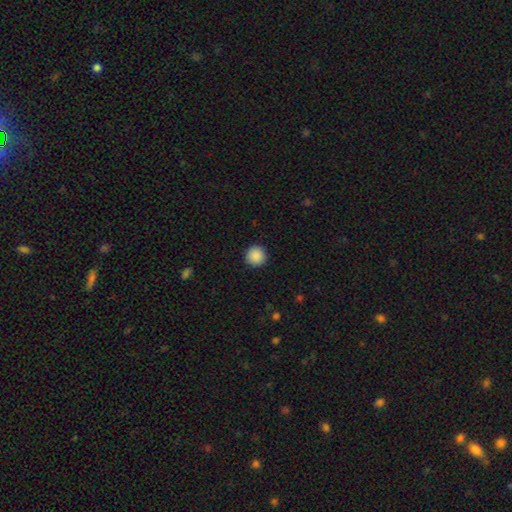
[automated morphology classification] Smooth or featured? Predicted: smooth (p=0.90). How rounded? Predicted: round (p=0.95). Merging? Predicted: none (p=0.92).